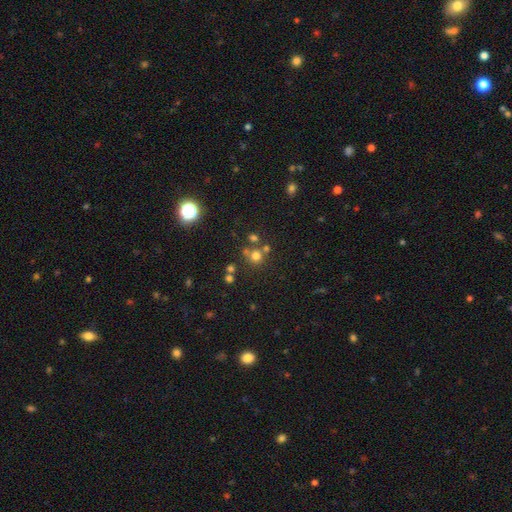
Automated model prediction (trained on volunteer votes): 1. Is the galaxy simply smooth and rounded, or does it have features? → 67% smooth, 23% star or artifact, 10% featured or disk.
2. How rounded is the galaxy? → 90% round, 9% in between, 1% cigar-shaped.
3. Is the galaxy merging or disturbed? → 63% none, 24% merger, 9% minor disturbance, 4% major disturbance.